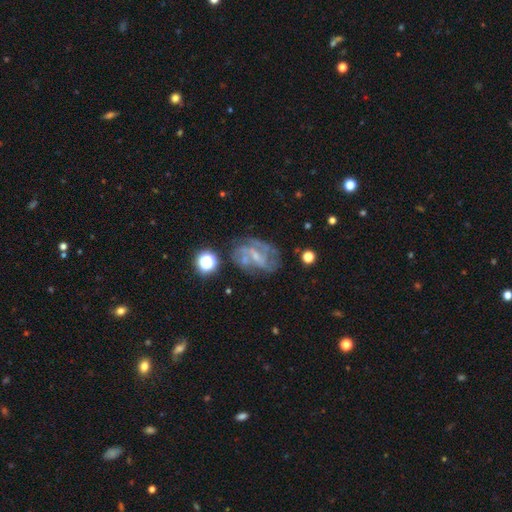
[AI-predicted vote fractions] Smooth or featured? featured or disk (73%)
Edge-on disk? no (97%)
Bar? weak (46%)
Spiral arms? yes (79%)
Spiral winding? medium (44%)
Spiral arm count? can't tell (34%)
Bulge size? small (53%)
Merging? none (51%)